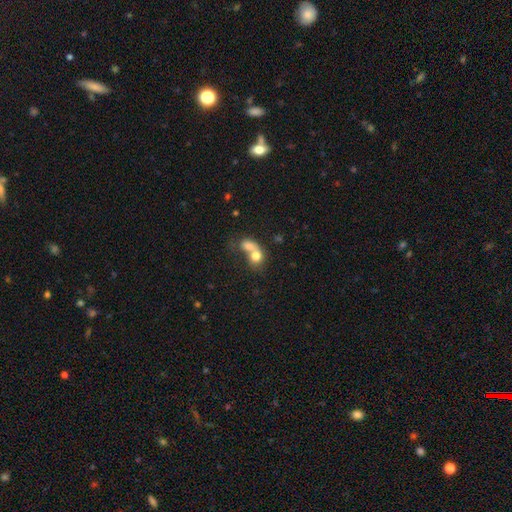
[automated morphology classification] smooth 71%, featured or disk 20%, star or artifact 9%. Down the decision tree: how rounded — round (54%); merging — merger (73%).